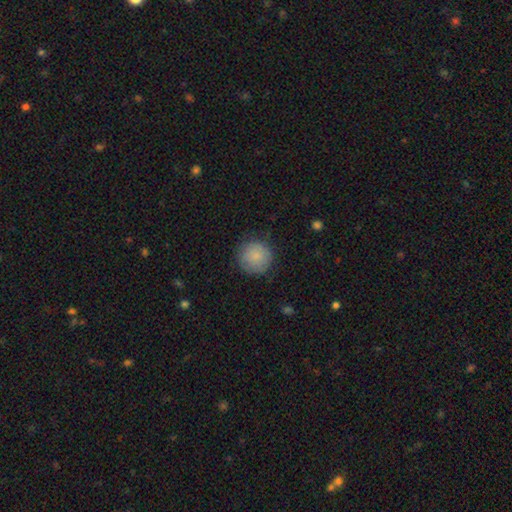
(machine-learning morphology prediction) A smooth galaxy with no disk features (86%) that is round (94%). Merging: none (83%).